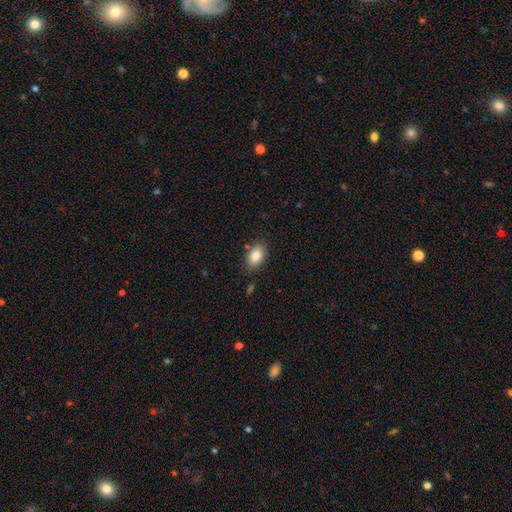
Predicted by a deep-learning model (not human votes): This appears to be a smooth galaxy with no disk features (85%) that is in between round and cigar-shaped (88%). Merging: none (80%).